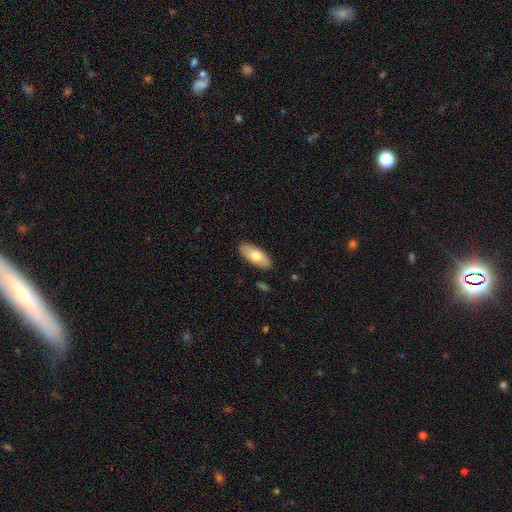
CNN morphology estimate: Smooth or featured? smooth (72%)
How rounded? in between (86%)
Merging? none (89%)